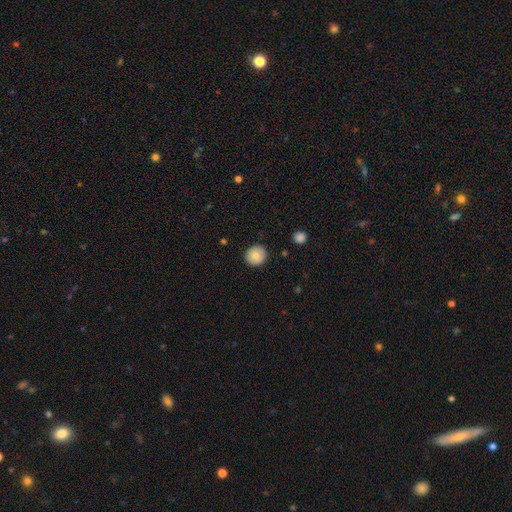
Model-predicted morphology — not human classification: Overall: smooth (81%). How rounded: round (91%). Merging: none (90%).